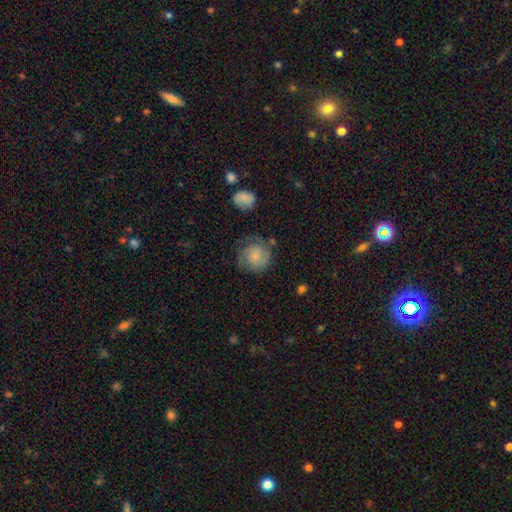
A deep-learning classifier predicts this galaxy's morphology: Overall: smooth (63%; featured or disk 29%). How rounded: round (90%). Merging: none (64%).